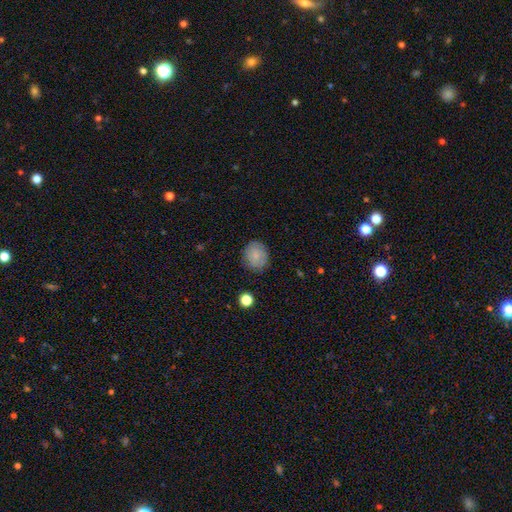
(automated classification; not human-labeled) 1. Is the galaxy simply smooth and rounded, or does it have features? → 81% smooth, 10% featured or disk, 8% star or artifact.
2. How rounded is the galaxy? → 71% round, 29% in between, 1% cigar-shaped.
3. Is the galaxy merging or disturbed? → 83% none, 13% minor disturbance, 3% major disturbance, 1% merger.